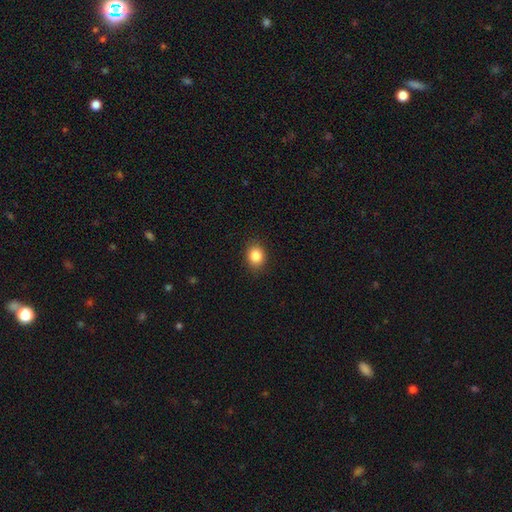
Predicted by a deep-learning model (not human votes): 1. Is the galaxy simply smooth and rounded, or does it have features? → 86% smooth, 10% star or artifact, 5% featured or disk.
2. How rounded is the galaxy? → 61% round, 38% in between, 1% cigar-shaped.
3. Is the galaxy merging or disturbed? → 88% none, 9% minor disturbance, 2% major disturbance, 1% merger.